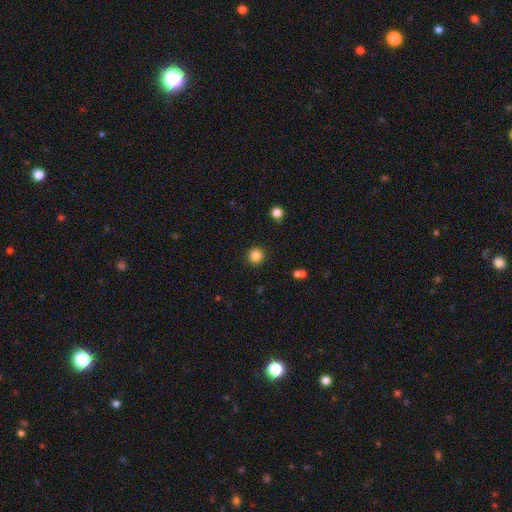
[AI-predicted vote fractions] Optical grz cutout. It shows a smooth galaxy with no disk features (85%) that is round (94%). Merging: none (91%).